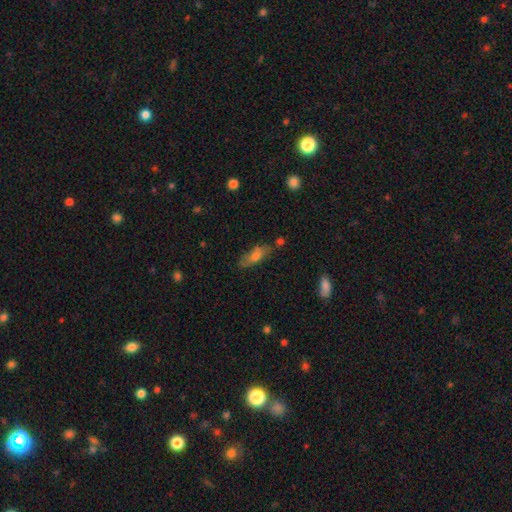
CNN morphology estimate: This is likely a smooth galaxy (64%). How rounded: possibly in between (57%). Merging: likely none (72%).